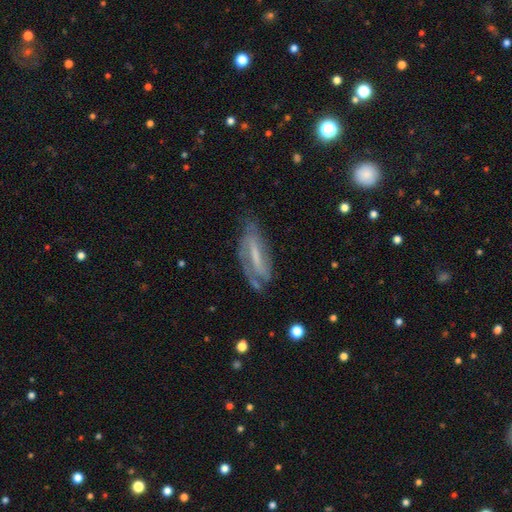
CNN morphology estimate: Smooth or featured?
  - featured or disk: 70% *
  - smooth: 21%
  - star or artifact: 8%
Edge-on disk?
  - no: 80% *
  - yes: 20%
Bar?
  - strong: 44% *
  - weak: 36%
  - no: 21%
Spiral arms?
  - yes: 80% *
  - no: 20%
Bulge size?
  - small: 36% *
  - none: 32%
  - moderate: 25%
  - large: 5%
  - dominant: 1%
Merging?
  - none: 59% *
  - minor disturbance: 24%
  - major disturbance: 14%
  - merger: 3%